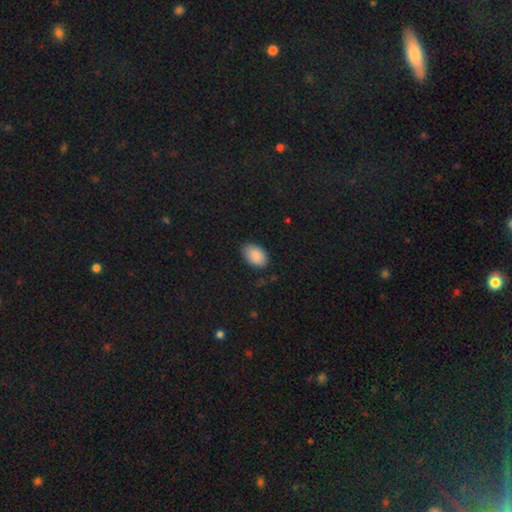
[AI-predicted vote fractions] Q: Smooth or featured?
A: smooth (90%); runner-up: star or artifact (7%)
Q: How rounded?
A: in between (90%); runner-up: round (9%)
Q: Merging?
A: none (81%); runner-up: minor disturbance (15%)